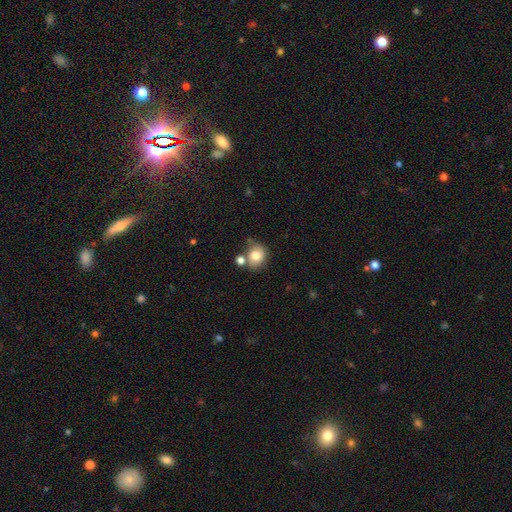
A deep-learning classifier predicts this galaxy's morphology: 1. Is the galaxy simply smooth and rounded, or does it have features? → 80% smooth, 11% featured or disk, 10% star or artifact.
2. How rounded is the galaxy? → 70% round, 29% in between, 1% cigar-shaped.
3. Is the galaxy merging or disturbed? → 54% none, 22% merger, 18% minor disturbance, 6% major disturbance.